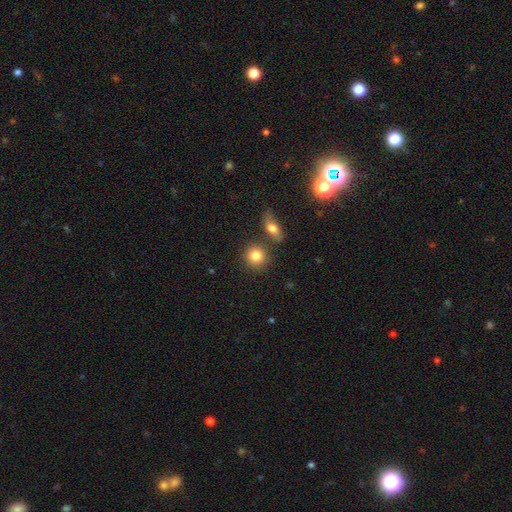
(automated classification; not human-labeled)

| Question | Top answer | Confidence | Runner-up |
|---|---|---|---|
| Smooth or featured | smooth | 84% | star or artifact (9%) |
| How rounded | round | 83% | in between (16%) |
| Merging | none | 74% | merger (14%) |